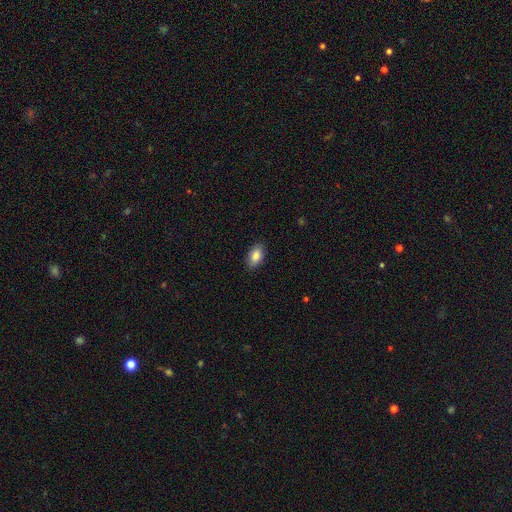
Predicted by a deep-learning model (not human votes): smooth_or_featured: smooth (p=0.86) [alt: star or artifact p=0.07]
how_rounded: in between (p=0.92) [alt: round p=0.06]
merging: none (p=0.88) [alt: minor disturbance p=0.09]